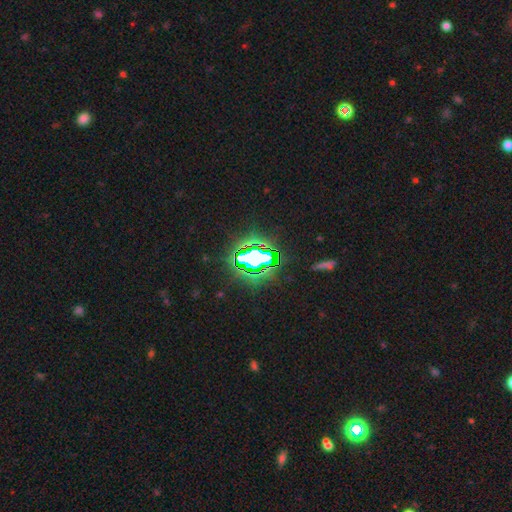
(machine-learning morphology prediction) smooth-or-featured: star or artifact: 72% | smooth: 16% | featured or disk: 12%